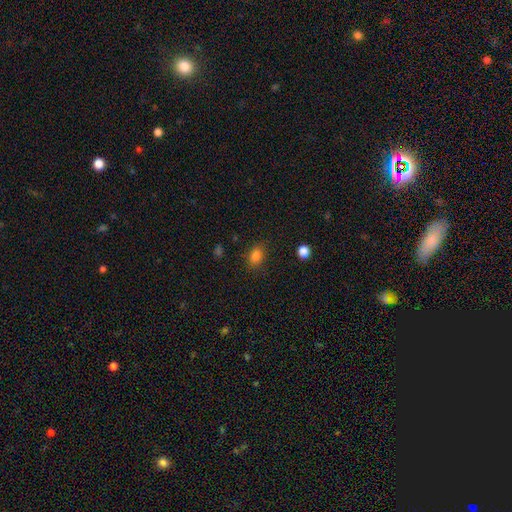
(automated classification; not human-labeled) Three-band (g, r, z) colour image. It shows a smooth galaxy with no disk features (83%) that is in between round and cigar-shaped (74%). Merging: none (83%).